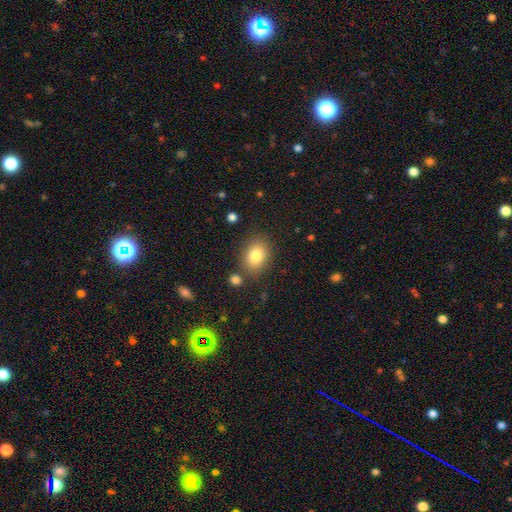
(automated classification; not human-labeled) smooth 82%, star or artifact 9%, featured or disk 9%. Down the decision tree: how rounded — in between (65%); merging — none (80%).